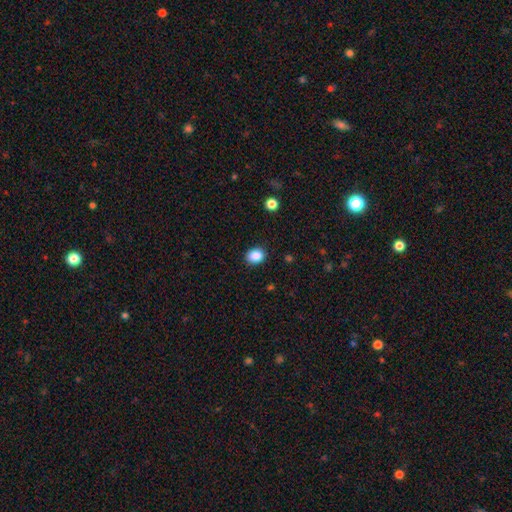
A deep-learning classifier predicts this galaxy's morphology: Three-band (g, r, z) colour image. It shows a smooth galaxy with no disk features (87%) that is round (53%). Merging: none (89%).